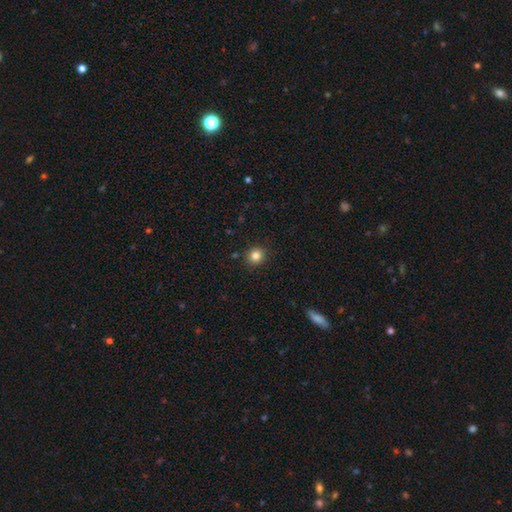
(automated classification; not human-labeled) A smooth galaxy with no disk features (84%) that is round (90%).

Vote fractions:
- Smooth or featured? smooth: 84% / star or artifact: 11% / featured or disk: 5%
- How rounded? round: 90% / in between: 9% / cigar-shaped: 1%
- Merging? none: 91% / minor disturbance: 6% / major disturbance: 2% / merger: 1%